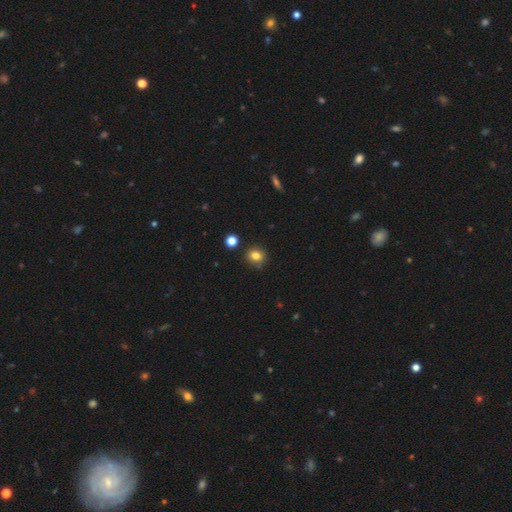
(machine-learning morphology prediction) Smooth or featured?
  - smooth: 81% *
  - star or artifact: 13%
  - featured or disk: 6%
How rounded?
  - round: 79% *
  - in between: 20%
  - cigar-shaped: 1%
Merging?
  - none: 83% *
  - minor disturbance: 11%
  - merger: 4%
  - major disturbance: 3%